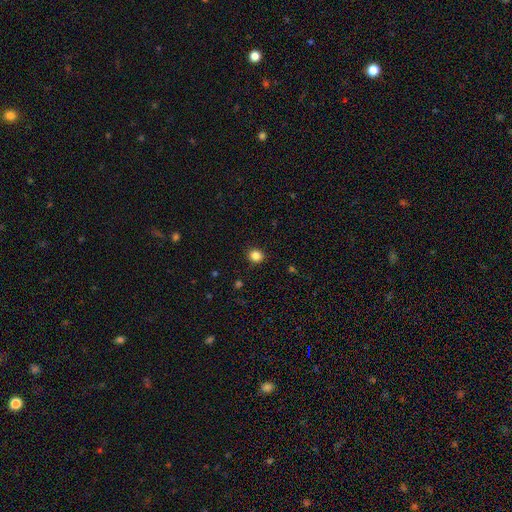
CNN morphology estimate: Smooth or featured?
  - smooth: 85% *
  - star or artifact: 11%
  - featured or disk: 3%
How rounded?
  - round: 82% *
  - in between: 17%
  - cigar-shaped: 1%
Merging?
  - none: 91% *
  - minor disturbance: 6%
  - major disturbance: 2%
  - merger: 1%